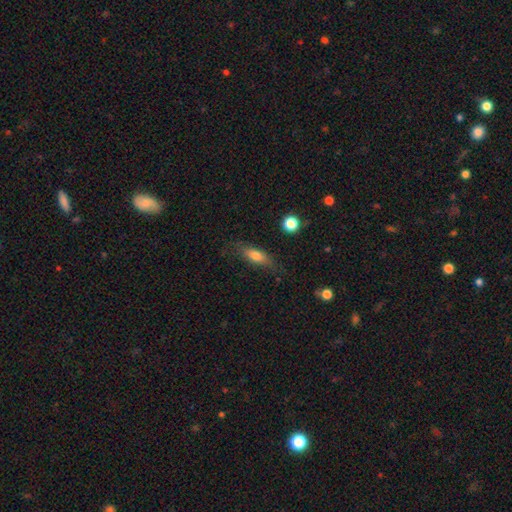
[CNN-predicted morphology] Smooth or featured: smooth — 70% (featured or disk — 22%)
How rounded: in between — 60% (cigar-shaped — 36%)
Merging: none — 72% (minor disturbance — 20%)